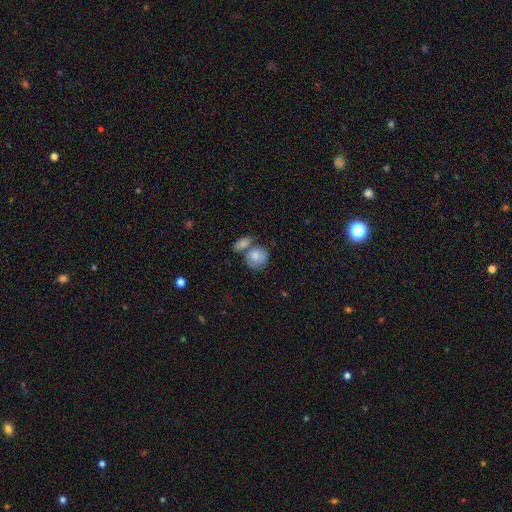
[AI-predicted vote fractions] smooth-or-featured: smooth: 78% | featured or disk: 16% | star or artifact: 6%
  how-rounded: round: 73% | in between: 26% | cigar-shaped: 1%
  merging: merger: 42% | none: 38% | minor disturbance: 14% | major disturbance: 6%